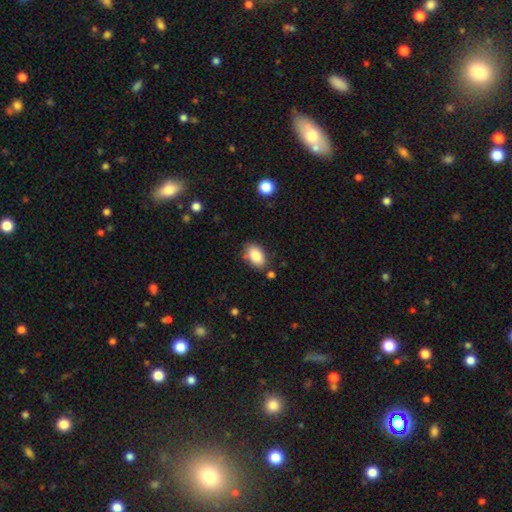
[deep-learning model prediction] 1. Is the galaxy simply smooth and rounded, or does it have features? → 86% smooth, 7% star or artifact, 7% featured or disk.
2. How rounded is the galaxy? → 91% in between, 7% round, 2% cigar-shaped.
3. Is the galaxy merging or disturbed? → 78% none, 14% minor disturbance, 4% merger, 3% major disturbance.